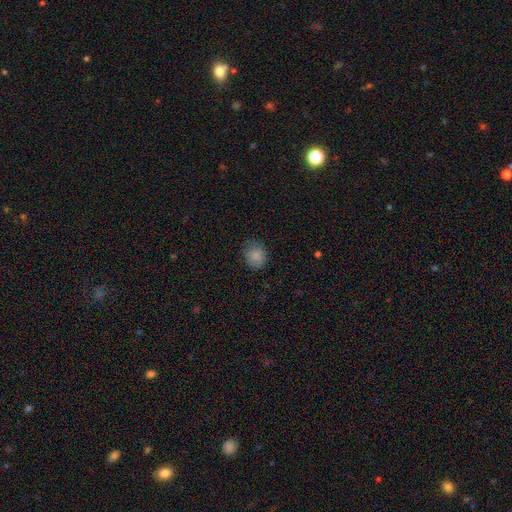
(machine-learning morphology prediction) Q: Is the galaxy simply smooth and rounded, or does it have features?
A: smooth — 85%.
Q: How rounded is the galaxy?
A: round — 66%.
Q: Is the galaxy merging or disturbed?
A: none — 72%.